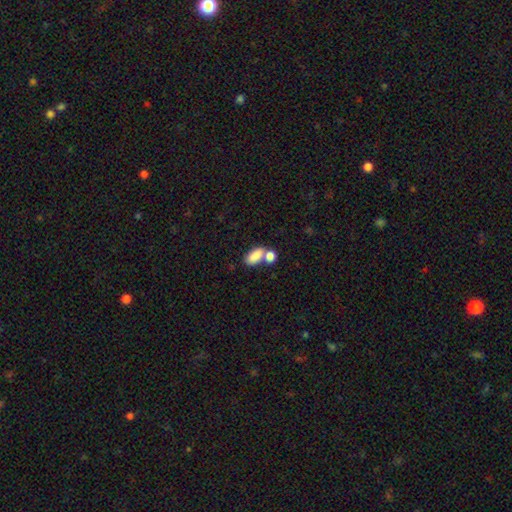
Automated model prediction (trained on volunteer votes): Smooth or featured? Predicted: smooth (p=0.84). How rounded? Predicted: in between (p=0.88). Merging? Predicted: merger (p=0.44).